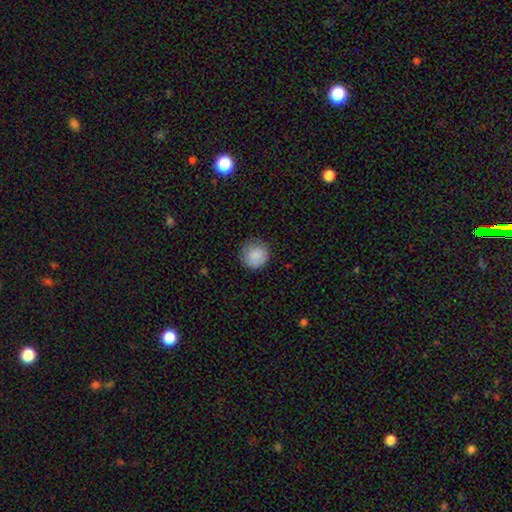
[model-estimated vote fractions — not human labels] A smooth galaxy with no disk features (87%) that is round (91%). Merging: none (77%).